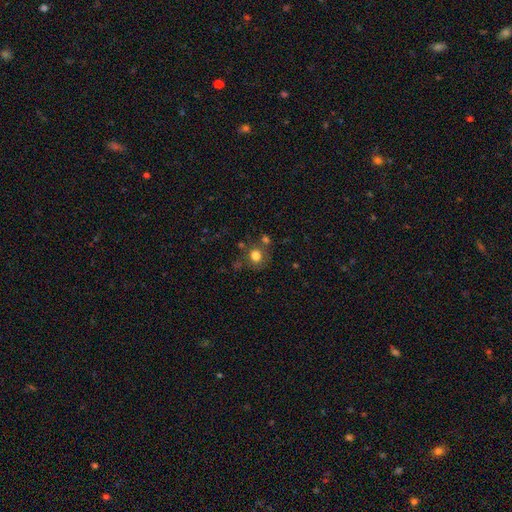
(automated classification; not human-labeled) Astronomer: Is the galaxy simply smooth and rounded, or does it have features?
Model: smooth — 78%.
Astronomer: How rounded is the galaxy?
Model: round — 79%.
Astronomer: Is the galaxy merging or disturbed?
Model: none — 67%.